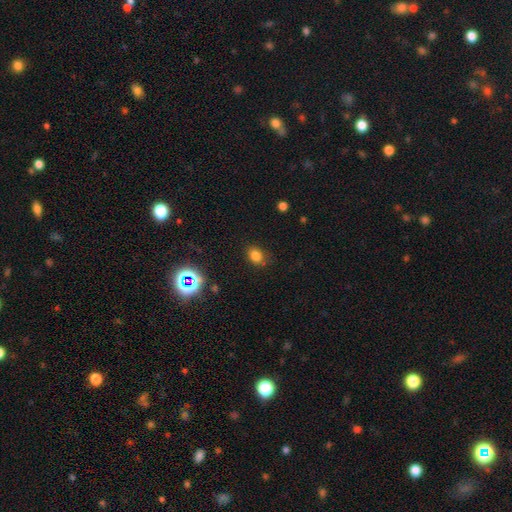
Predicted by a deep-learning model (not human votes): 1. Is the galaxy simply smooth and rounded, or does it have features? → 77% smooth, 17% star or artifact, 6% featured or disk.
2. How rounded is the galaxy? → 65% in between, 34% round, 1% cigar-shaped.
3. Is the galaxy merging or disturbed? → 81% none, 14% minor disturbance, 4% major disturbance, 2% merger.